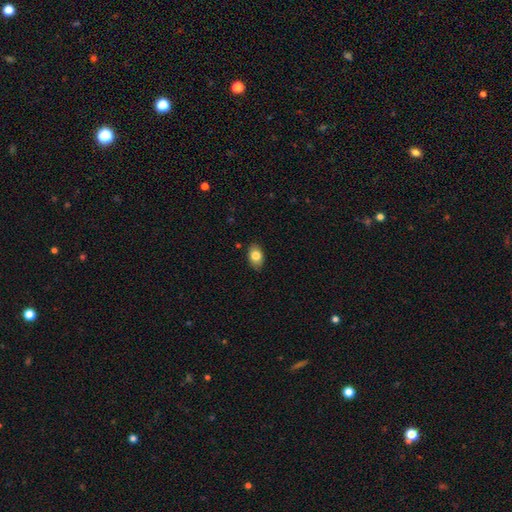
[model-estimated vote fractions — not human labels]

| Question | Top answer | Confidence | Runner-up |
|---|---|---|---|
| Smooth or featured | smooth | 81% | featured or disk (11%) |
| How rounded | in between | 84% | round (15%) |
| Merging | none | 85% | minor disturbance (12%) |